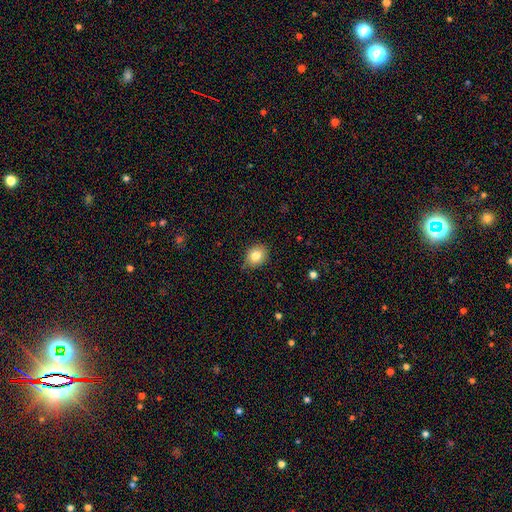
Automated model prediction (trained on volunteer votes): This is clearly a smooth galaxy (81%). How rounded: likely round (63%). Merging: likely none (79%).